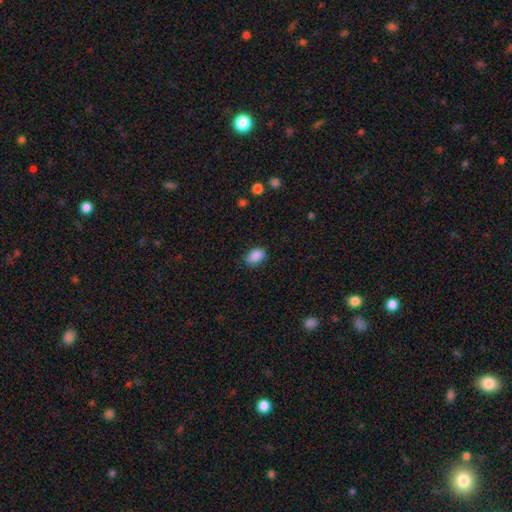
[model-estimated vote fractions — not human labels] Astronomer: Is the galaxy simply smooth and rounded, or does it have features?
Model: smooth — 88%.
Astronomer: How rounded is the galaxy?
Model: in between — 86%.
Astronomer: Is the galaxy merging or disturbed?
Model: none — 80%.